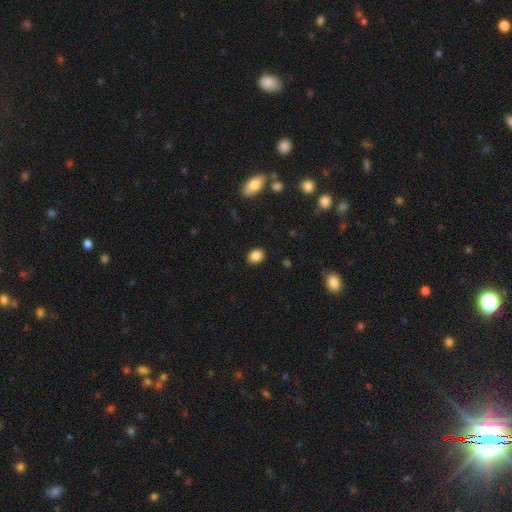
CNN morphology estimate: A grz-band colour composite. It shows a smooth galaxy with no disk features (87%) that is in between round and cigar-shaped (64%). Merging: none (88%).